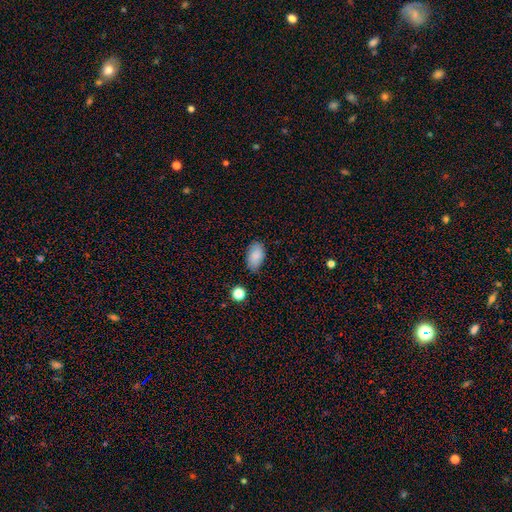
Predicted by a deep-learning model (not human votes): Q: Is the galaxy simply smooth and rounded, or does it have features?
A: smooth — 83%.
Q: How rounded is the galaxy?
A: in between — 91%.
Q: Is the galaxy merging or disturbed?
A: none — 78%.